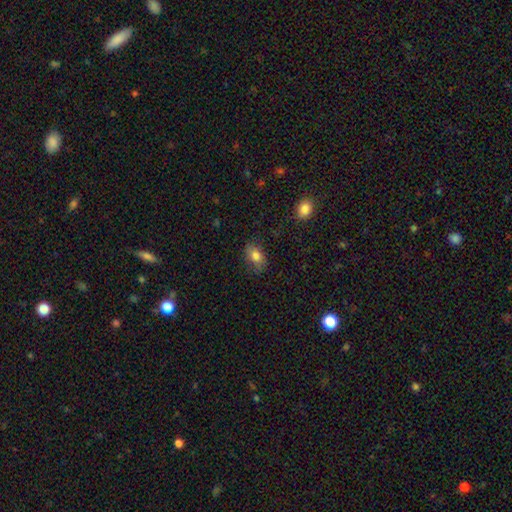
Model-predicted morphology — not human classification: Smooth or featured?
  - smooth: 79% *
  - featured or disk: 12%
  - star or artifact: 9%
How rounded?
  - in between: 81% *
  - round: 17%
  - cigar-shaped: 2%
Merging?
  - none: 75% *
  - minor disturbance: 19%
  - major disturbance: 5%
  - merger: 1%